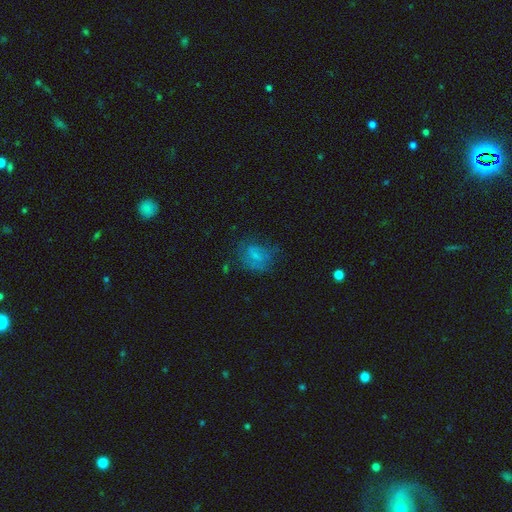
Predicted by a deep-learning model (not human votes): The model was most divided on "how rounded": in between: 53%, round: 46%, cigar-shaped: 1%. More confident: smooth or featured — smooth (60%); merging — none (53%).